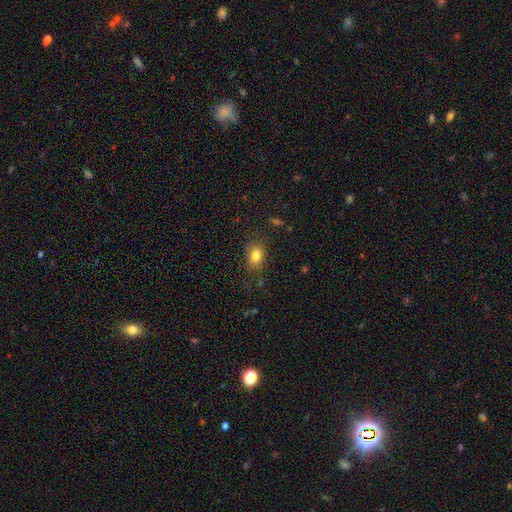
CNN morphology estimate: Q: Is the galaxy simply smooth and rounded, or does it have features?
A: smooth — 81%.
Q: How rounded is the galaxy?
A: in between — 70%.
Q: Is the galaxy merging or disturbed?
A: none — 76%.